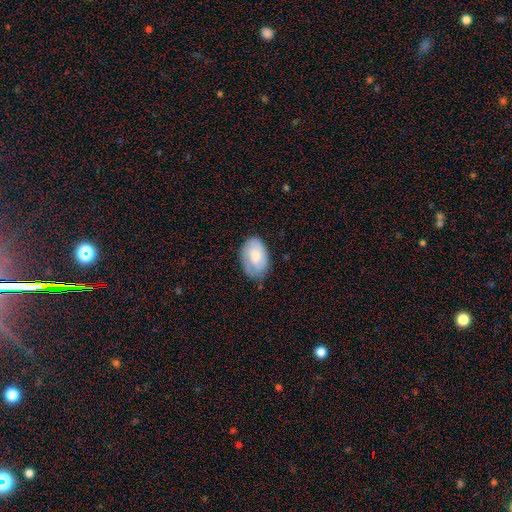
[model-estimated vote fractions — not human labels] Smooth or featured: smooth — 53% (featured or disk — 40%)
How rounded: in between — 90% (round — 9%)
Merging: none — 69% (minor disturbance — 24%)